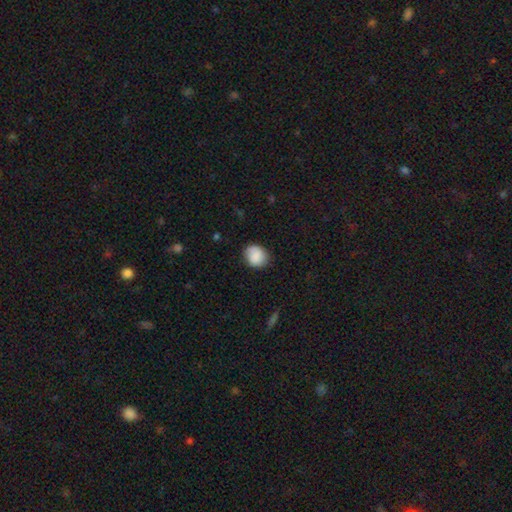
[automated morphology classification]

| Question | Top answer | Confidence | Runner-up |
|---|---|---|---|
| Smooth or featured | smooth | 84% | featured or disk (9%) |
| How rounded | round | 71% | in between (28%) |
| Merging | none | 78% | minor disturbance (17%) |